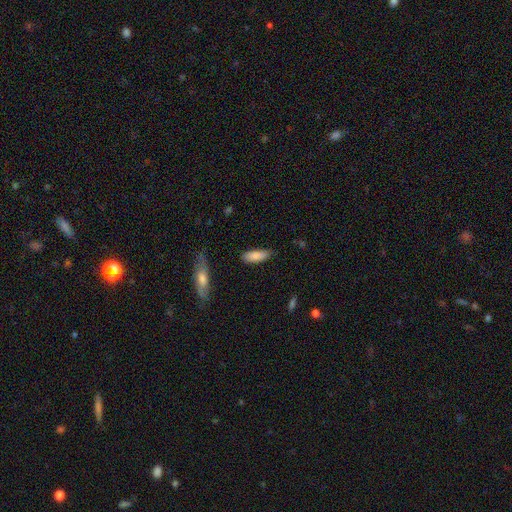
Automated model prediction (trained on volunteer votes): Smooth or featured?
  - smooth: 84% *
  - featured or disk: 10%
  - star or artifact: 6%
How rounded?
  - in between: 59% *
  - cigar-shaped: 39%
  - round: 2%
Merging?
  - none: 77% *
  - minor disturbance: 18%
  - major disturbance: 3%
  - merger: 2%